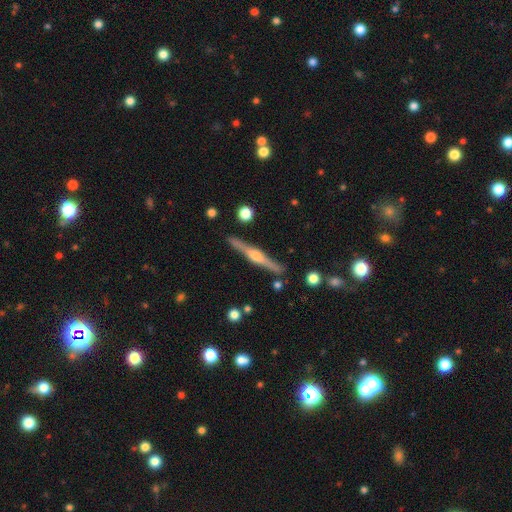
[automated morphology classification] Q: Smooth or featured?
A: featured or disk (79%); runner-up: smooth (16%)
Q: Edge-on disk?
A: yes (98%); runner-up: no (2%)
Q: Edge-on bulge?
A: rounded (89%); runner-up: boxy (7%)
Q: Merging?
A: none (90%); runner-up: minor disturbance (7%)